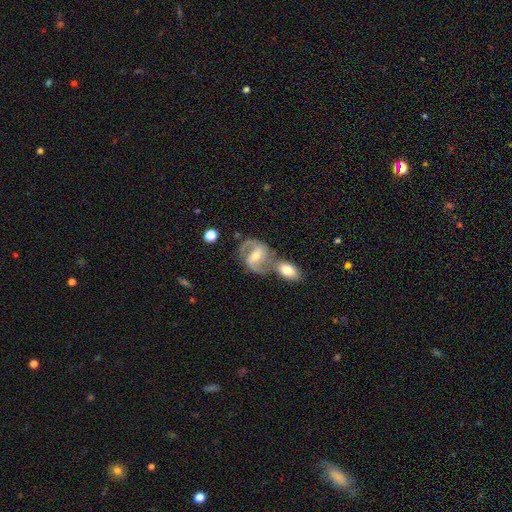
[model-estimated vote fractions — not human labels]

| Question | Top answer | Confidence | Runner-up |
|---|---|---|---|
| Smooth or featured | featured or disk | 83% | smooth (12%) |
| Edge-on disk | no | 97% | yes (3%) |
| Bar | weak | 44% | strong (36%) |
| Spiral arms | yes | 95% | no (5%) |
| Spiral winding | medium | 59% | loose (24%) |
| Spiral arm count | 2 | 90% | can't tell (4%) |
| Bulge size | moderate | 58% | small (35%) |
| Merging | none | 48% | merger (33%) |